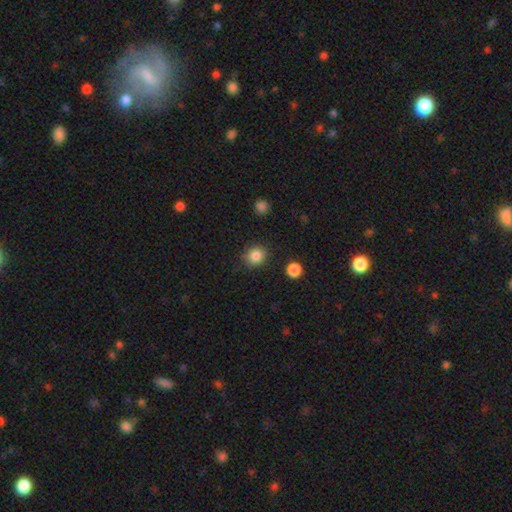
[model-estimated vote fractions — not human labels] This is clearly a smooth galaxy (85%). How rounded: clearly round (80%). Merging: clearly none (84%).